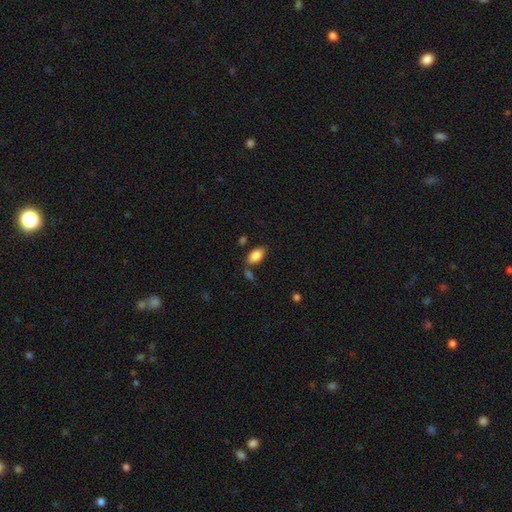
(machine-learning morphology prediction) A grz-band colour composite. It shows a smooth galaxy with no disk features (86%) that is in between round and cigar-shaped (93%). Merging: none (72%).